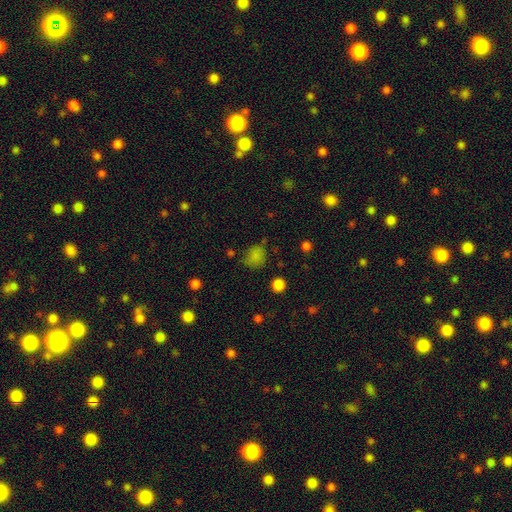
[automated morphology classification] This appears to be a smooth galaxy with no disk features (77%) that is round (69%). Merging: none (63%).